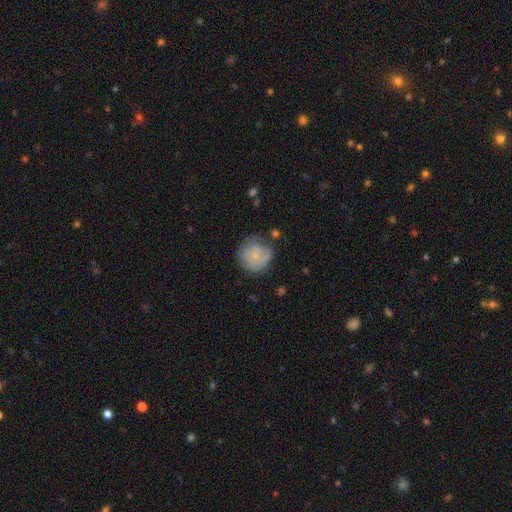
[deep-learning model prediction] This appears to be a smooth galaxy with no disk features (67%) that is round (91%). Merging: none (61%).